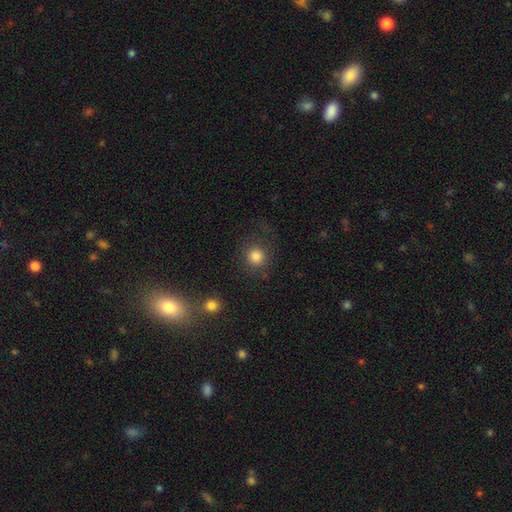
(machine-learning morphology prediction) smooth_or_featured: smooth (p=0.83) [alt: star or artifact p=0.11]
how_rounded: round (p=0.90) [alt: in between p=0.09]
merging: none (p=0.78) [alt: minor disturbance p=0.11]